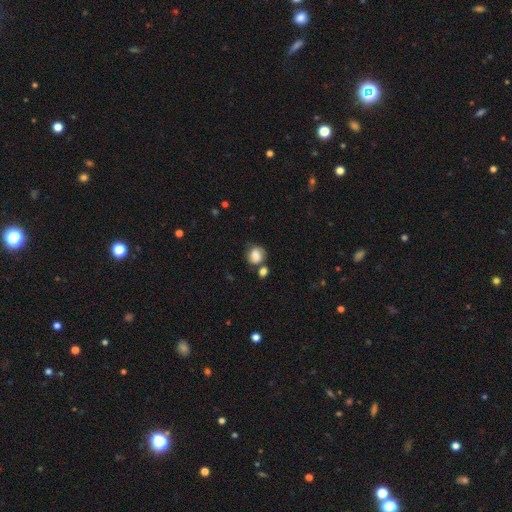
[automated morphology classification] Smooth or featured: smooth — 78% (featured or disk — 12%)
How rounded: round — 68% (in between — 31%)
Merging: none — 51% (minor disturbance — 21%)